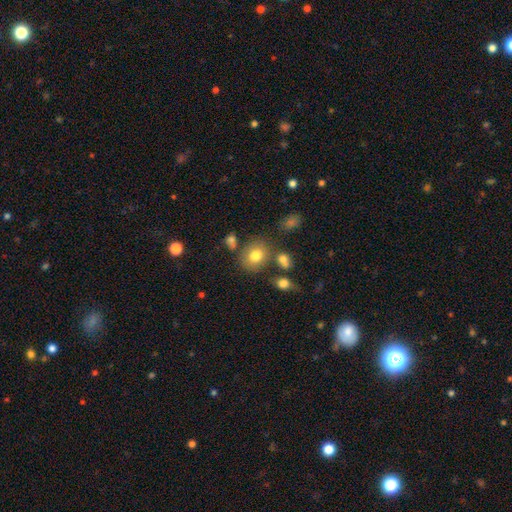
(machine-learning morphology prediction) Smooth or featured?
  - smooth: 77% *
  - featured or disk: 12%
  - star or artifact: 11%
How rounded?
  - round: 65% *
  - in between: 34%
  - cigar-shaped: 1%
Merging?
  - none: 70% *
  - minor disturbance: 14%
  - merger: 10%
  - major disturbance: 5%